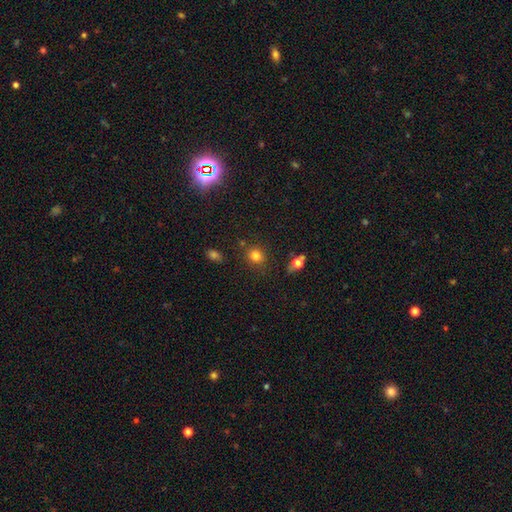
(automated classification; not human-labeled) Smooth or featured: smooth — 80% (star or artifact — 14%)
How rounded: round — 74% (in between — 25%)
Merging: none — 80% (minor disturbance — 11%)